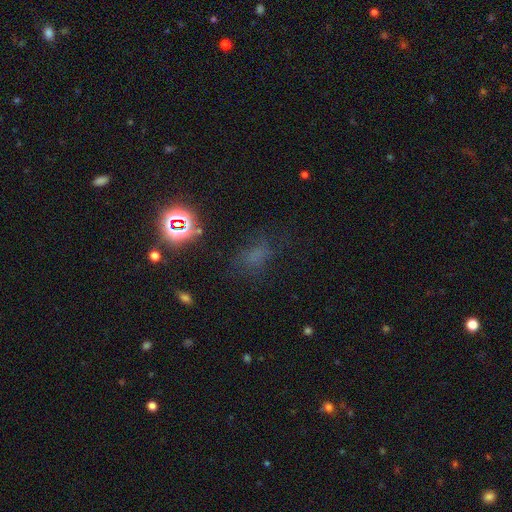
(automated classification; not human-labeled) Overall: smooth (47%; star or artifact 38%). Merging: none (59%; minor disturbance 21%).